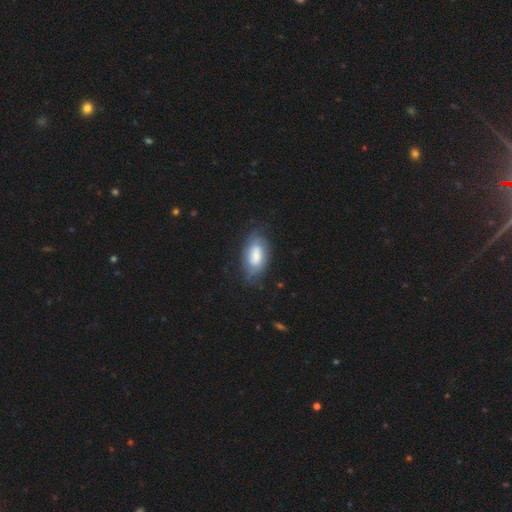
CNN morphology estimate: Q: Smooth or featured?
A: smooth (56%); runner-up: featured or disk (37%)
Q: How rounded?
A: in between (92%); runner-up: cigar-shaped (5%)
Q: Merging?
A: none (63%); runner-up: minor disturbance (25%)